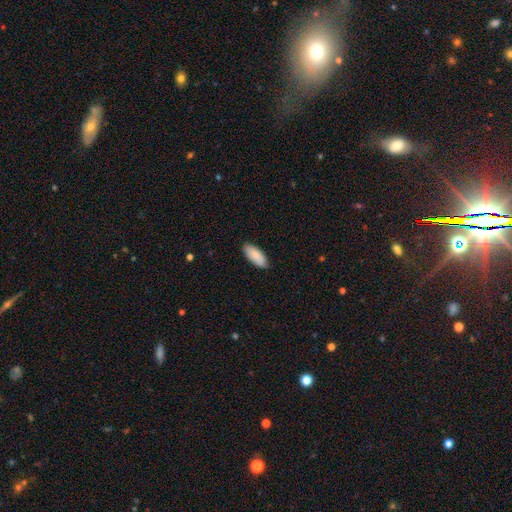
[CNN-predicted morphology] A smooth galaxy with no disk features (90%) that is in between round and cigar-shaped (84%).

Vote fractions:
- Smooth or featured? smooth: 90% / star or artifact: 5% / featured or disk: 5%
- How rounded? in between: 84% / cigar-shaped: 15% / round: 1%
- Merging? none: 88% / minor disturbance: 10% / major disturbance: 2% / merger: 1%